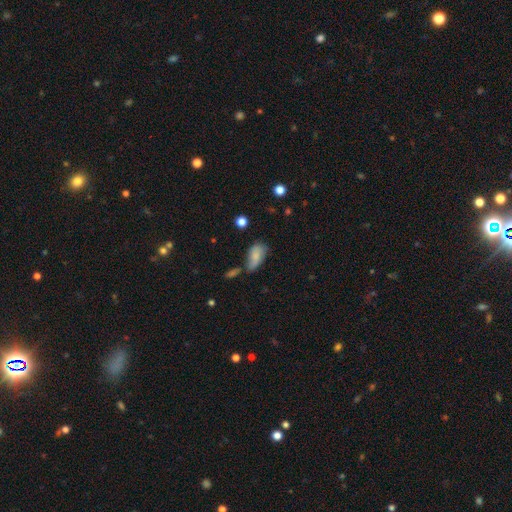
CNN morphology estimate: The model was most divided on "merging": none: 41%, minor disturbance: 30%, merger: 16%, major disturbance: 13%. More confident: how rounded — in between (91%); smooth or featured — smooth (77%).